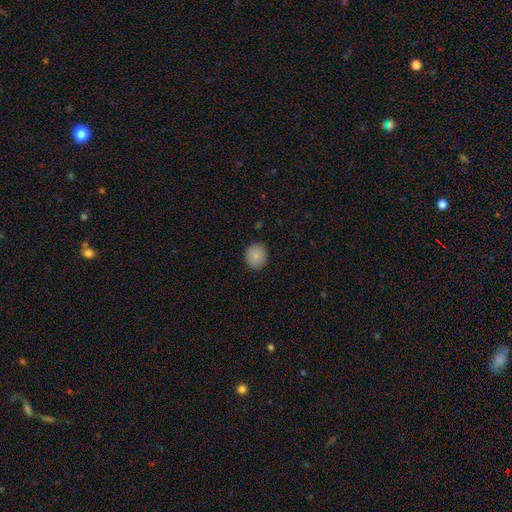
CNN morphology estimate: This appears to be a smooth galaxy with no disk features (86%) that is round (89%). Merging: none (90%).